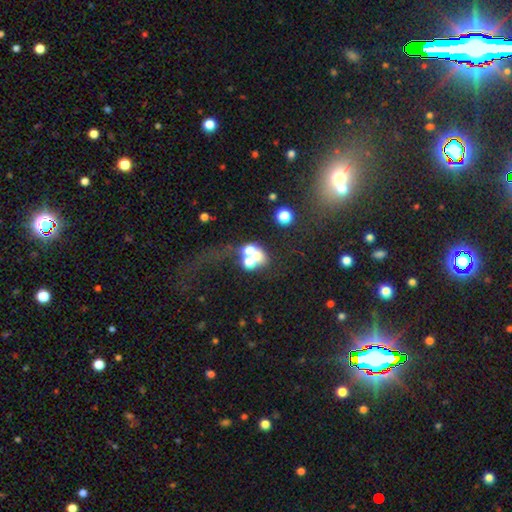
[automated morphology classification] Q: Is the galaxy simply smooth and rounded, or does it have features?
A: smooth — 51%.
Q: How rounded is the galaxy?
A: round — 64%.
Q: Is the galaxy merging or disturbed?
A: merger — 52%.